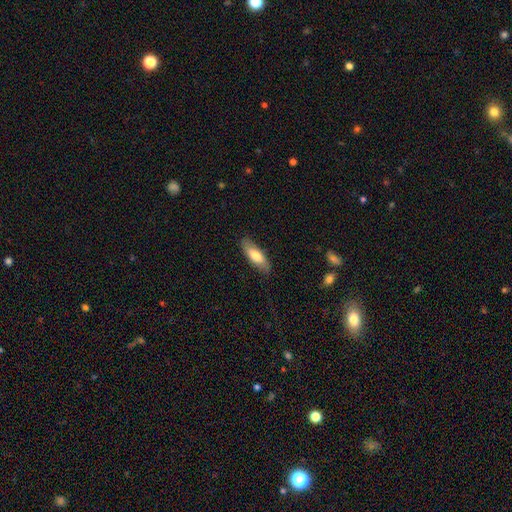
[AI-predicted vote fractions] This is likely a smooth galaxy (72%). How rounded: likely in between (63%). Merging: clearly none (85%).